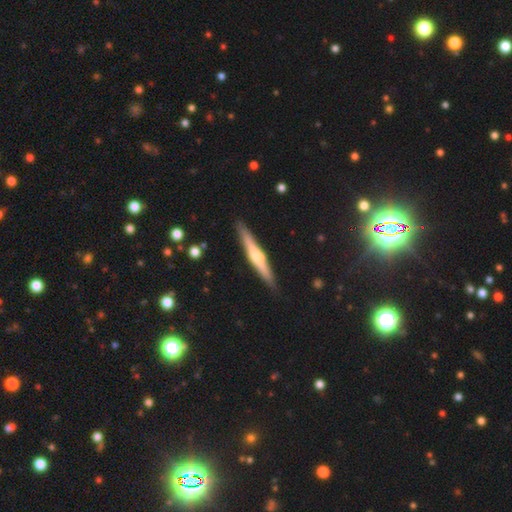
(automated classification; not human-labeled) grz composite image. It shows a featured or disk galaxy (65%) viewed edge-on (97%) with a rounded central bulge (83%). Merging: none (89%).